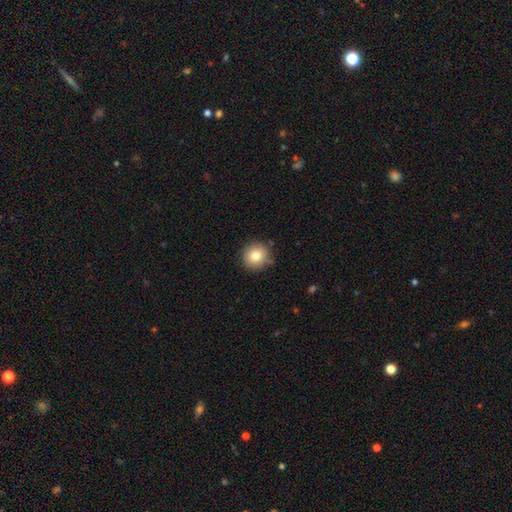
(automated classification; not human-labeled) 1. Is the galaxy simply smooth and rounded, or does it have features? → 81% smooth, 10% star or artifact, 9% featured or disk.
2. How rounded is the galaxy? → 92% round, 7% in between, 1% cigar-shaped.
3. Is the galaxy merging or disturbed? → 85% none, 11% minor disturbance, 2% major disturbance, 2% merger.